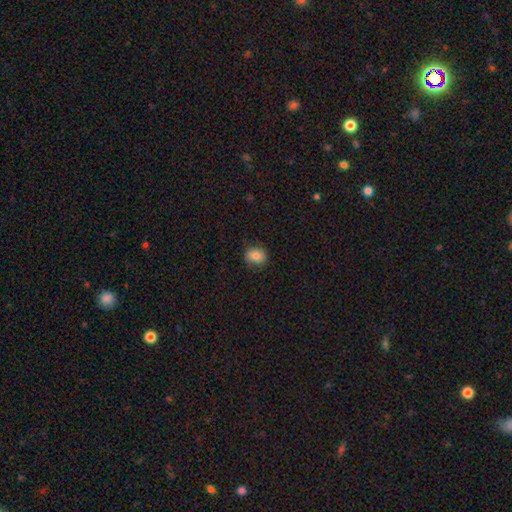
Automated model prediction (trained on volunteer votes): smooth-or-featured: smooth: 81% | star or artifact: 10% | featured or disk: 9%
  how-rounded: round: 69% | in between: 30% | cigar-shaped: 1%
  merging: none: 85% | minor disturbance: 12% | major disturbance: 3% | merger: 1%